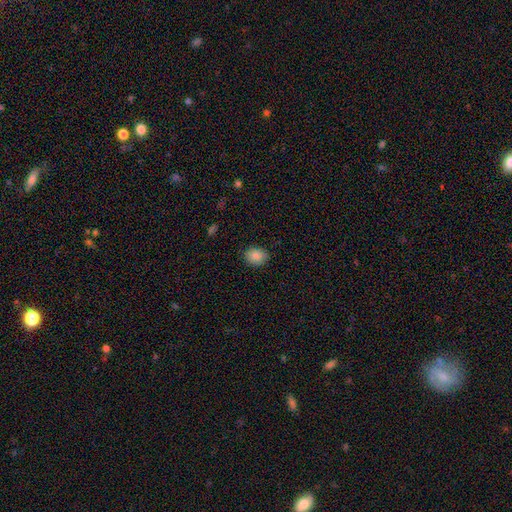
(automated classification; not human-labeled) The model was most divided on "how rounded": in between: 50%, round: 49%, cigar-shaped: 1%. More confident: merging — none (87%); smooth or featured — smooth (87%).